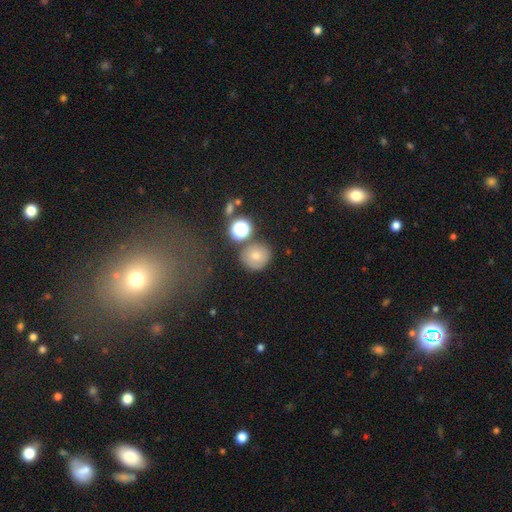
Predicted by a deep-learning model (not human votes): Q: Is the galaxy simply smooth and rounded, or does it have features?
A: smooth — 72%.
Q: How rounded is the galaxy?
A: round — 88%.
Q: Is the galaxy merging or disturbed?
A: none — 75%.